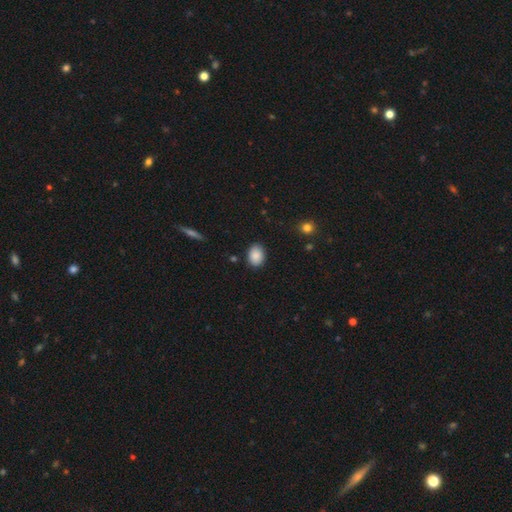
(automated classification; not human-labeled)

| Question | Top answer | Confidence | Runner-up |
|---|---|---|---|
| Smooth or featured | smooth | 89% | star or artifact (7%) |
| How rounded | in between | 72% | round (27%) |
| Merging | none | 86% | minor disturbance (10%) |